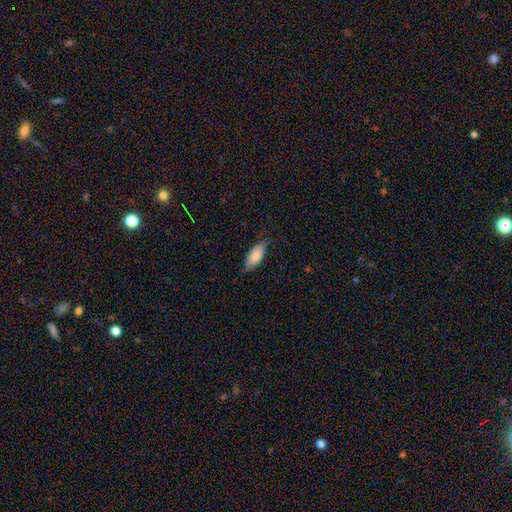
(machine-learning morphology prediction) smooth-or-featured: smooth: 83% | featured or disk: 11% | star or artifact: 6%
  how-rounded: in between: 83% | cigar-shaped: 15% | round: 2%
  merging: none: 74% | minor disturbance: 22% | major disturbance: 4% | merger: 1%